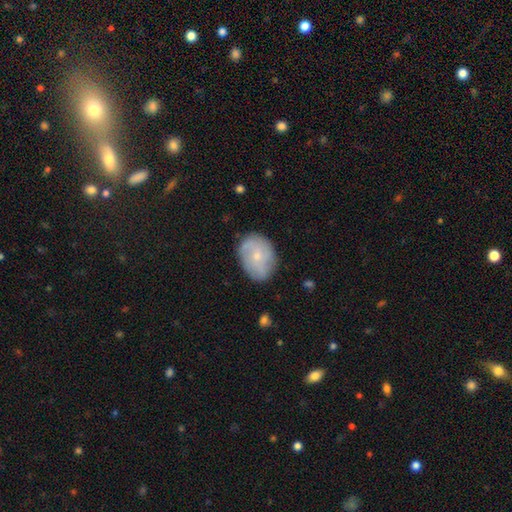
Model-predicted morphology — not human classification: A smooth galaxy with no disk features (50%) that is in between round and cigar-shaped (67%). Merging: none (75%).